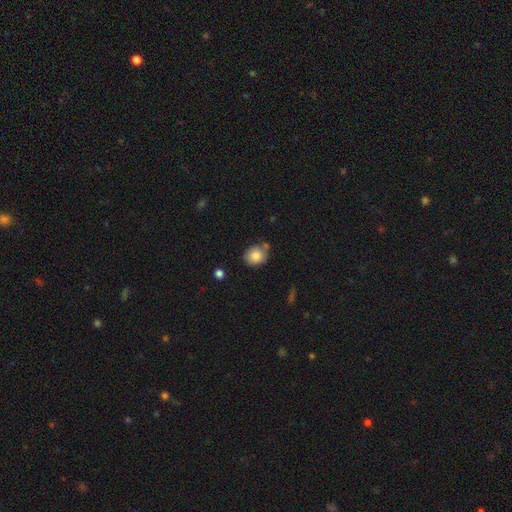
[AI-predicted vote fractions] Q: Smooth or featured?
A: smooth (84%); runner-up: star or artifact (9%)
Q: How rounded?
A: round (71%); runner-up: in between (28%)
Q: Merging?
A: none (68%); runner-up: minor disturbance (17%)